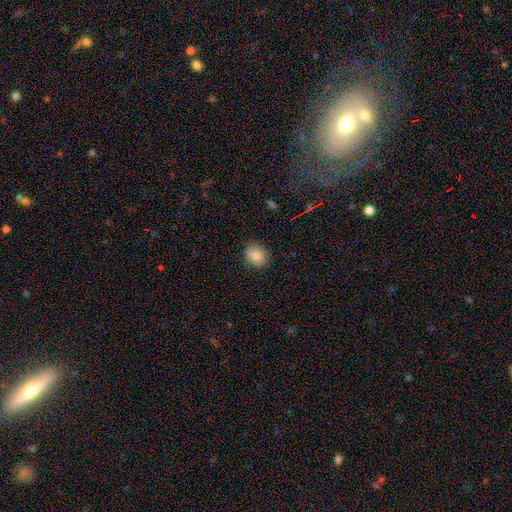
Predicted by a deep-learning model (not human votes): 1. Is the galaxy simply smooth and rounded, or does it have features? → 85% smooth, 9% star or artifact, 7% featured or disk.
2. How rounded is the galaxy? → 65% round, 34% in between, 1% cigar-shaped.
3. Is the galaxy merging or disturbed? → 83% none, 13% minor disturbance, 3% major disturbance, 1% merger.